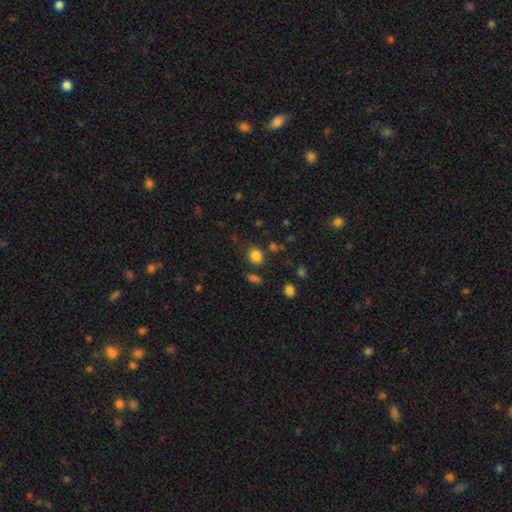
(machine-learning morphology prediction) Q: Smooth or featured?
A: smooth (82%); runner-up: star or artifact (13%)
Q: How rounded?
A: round (74%); runner-up: in between (26%)
Q: Merging?
A: none (80%); runner-up: minor disturbance (10%)